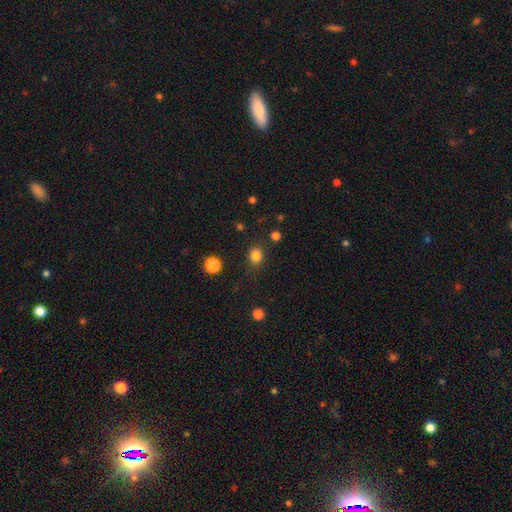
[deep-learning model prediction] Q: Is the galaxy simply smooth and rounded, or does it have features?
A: smooth — 82%.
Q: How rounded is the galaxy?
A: round — 64%.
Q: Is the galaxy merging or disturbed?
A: none — 83%.